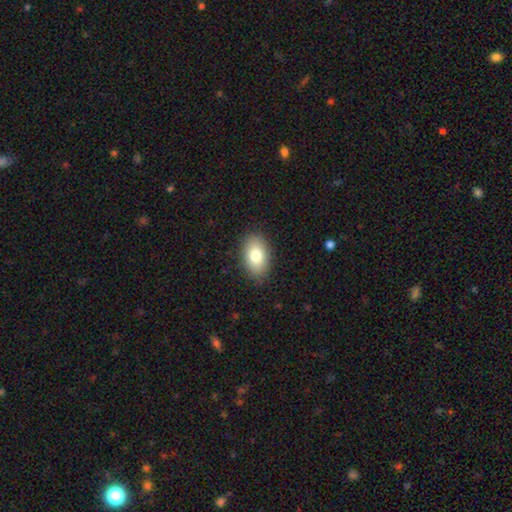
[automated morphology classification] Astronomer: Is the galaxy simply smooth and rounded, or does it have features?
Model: smooth — 80%.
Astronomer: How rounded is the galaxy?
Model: in between — 89%.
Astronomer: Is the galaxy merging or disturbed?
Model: none — 87%.